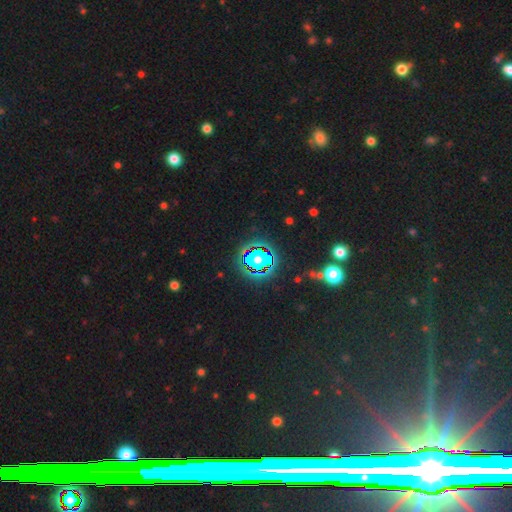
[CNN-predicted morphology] type=star or artifact (81%).